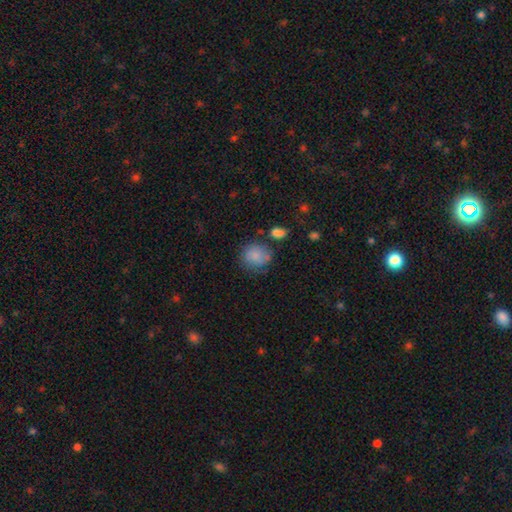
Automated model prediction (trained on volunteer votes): smooth 83%, star or artifact 9%, featured or disk 8%. Down the decision tree: how rounded — round (76%); merging — none (65%).